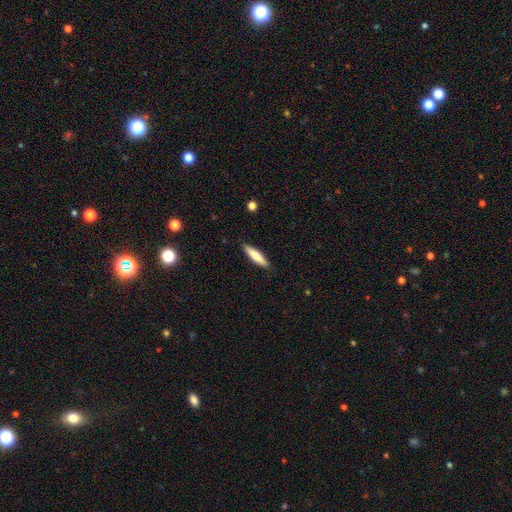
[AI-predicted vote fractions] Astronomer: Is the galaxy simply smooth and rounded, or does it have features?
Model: smooth — 73%.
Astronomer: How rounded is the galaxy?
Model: cigar-shaped — 78%.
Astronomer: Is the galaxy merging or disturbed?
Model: none — 89%.